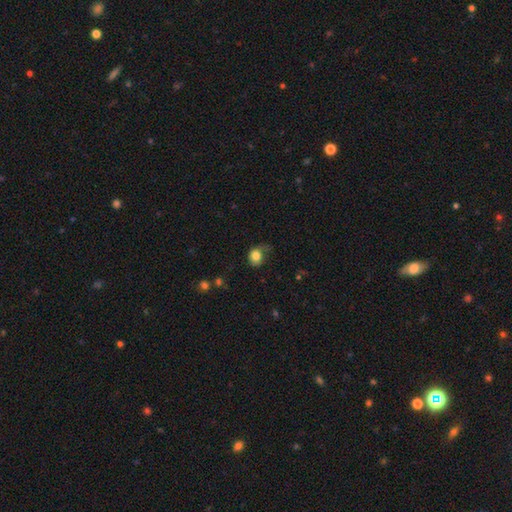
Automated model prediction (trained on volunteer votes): This is clearly a smooth galaxy (80%). How rounded: likely round (60%). Merging: marginally none (42%).